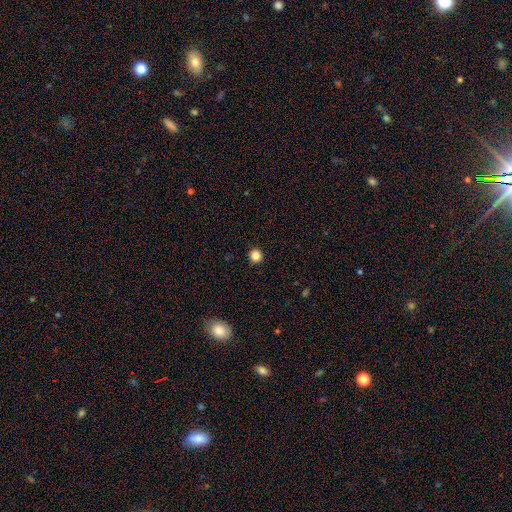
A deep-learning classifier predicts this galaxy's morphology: Smooth or featured: smooth — 85% (star or artifact — 12%)
How rounded: round — 94% (in between — 5%)
Merging: none — 93% (minor disturbance — 4%)